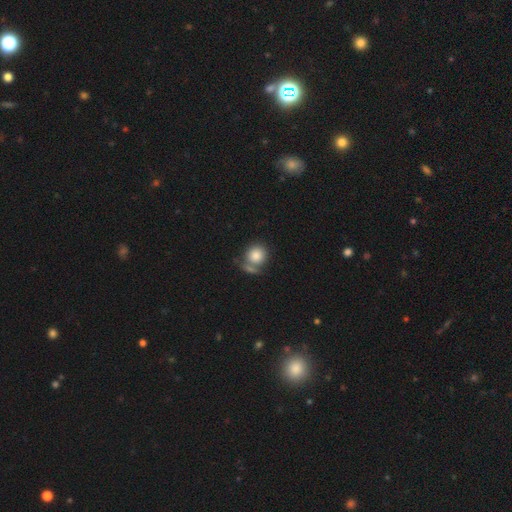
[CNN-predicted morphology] Smooth or featured?
  - smooth: 84% *
  - featured or disk: 8%
  - star or artifact: 8%
How rounded?
  - round: 86% *
  - in between: 13%
  - cigar-shaped: 1%
Merging?
  - none: 52% *
  - merger: 27%
  - minor disturbance: 14%
  - major disturbance: 7%